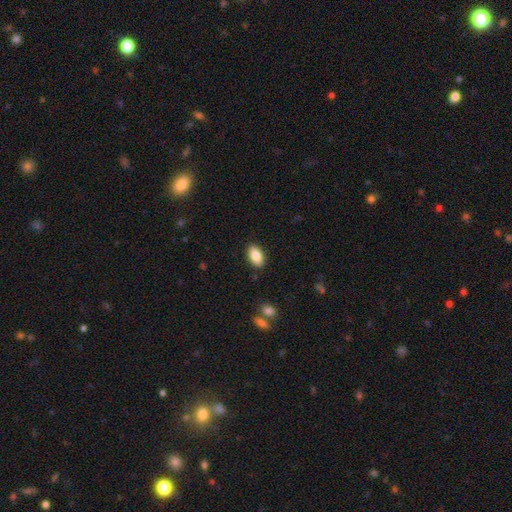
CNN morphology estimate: Smooth or featured? Predicted: smooth (p=0.85). How rounded? Predicted: in between (p=0.91). Merging? Predicted: none (p=0.89).